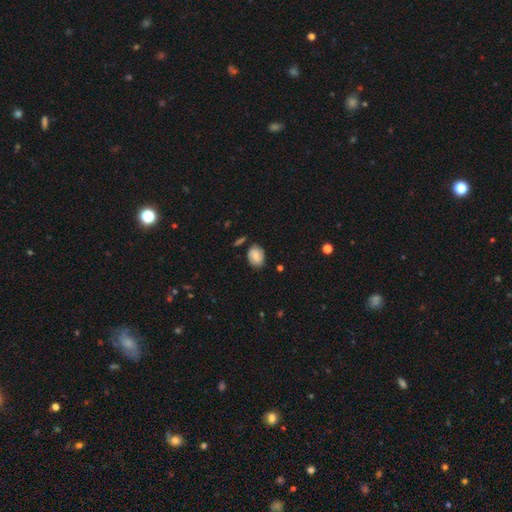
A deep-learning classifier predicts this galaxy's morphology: smooth_or_featured: smooth (p=0.68) [alt: featured or disk p=0.23]
how_rounded: in between (p=0.64) [alt: round p=0.35]
merging: none (p=0.74) [alt: minor disturbance p=0.18]